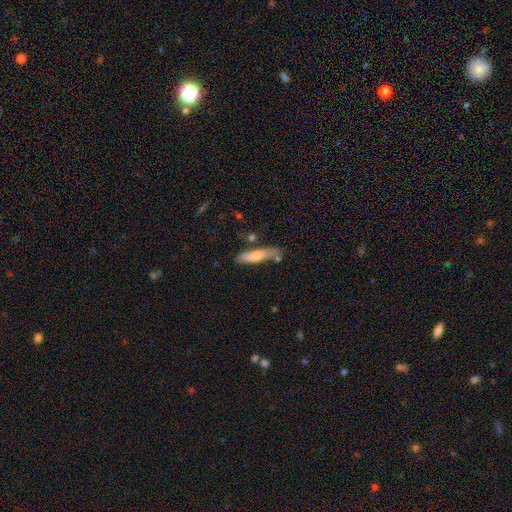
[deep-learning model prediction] Morphology: type=smooth (69%); roundness=cigar-shaped (78%); merging=none (69%).